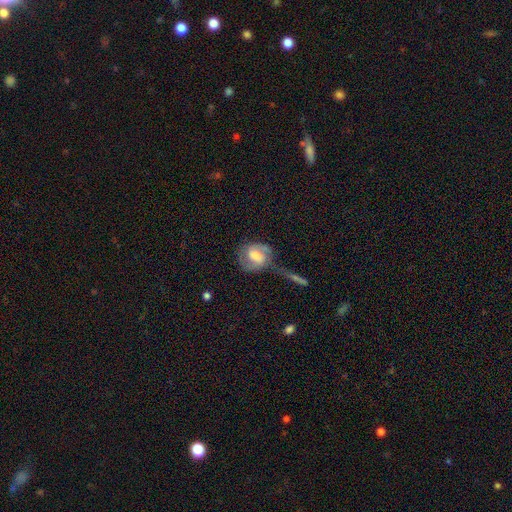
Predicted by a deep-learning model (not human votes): Overall: featured or disk (64%; smooth 28%). Edge-on disk: no (96%). Bar: weak (48%; no 33%). Spiral arms: yes (88%). Spiral arm count: 2 (83%). Spiral winding: medium (49%; tight 30%). Bulge size: moderate (40%; large 27%). Merging: none (47%; minor disturbance 20%).